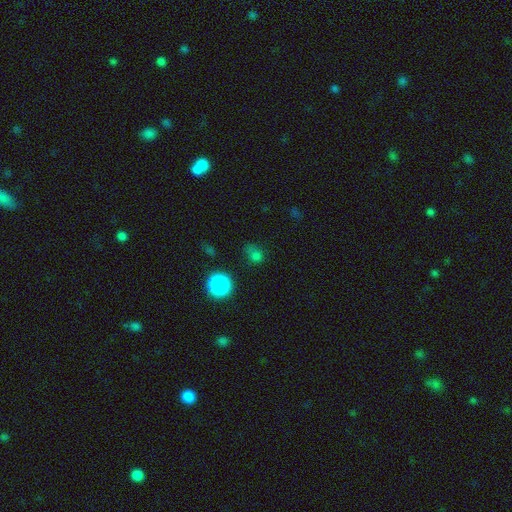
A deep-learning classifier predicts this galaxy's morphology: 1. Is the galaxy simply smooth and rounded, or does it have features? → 66% smooth, 27% star or artifact, 8% featured or disk.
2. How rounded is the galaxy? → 66% round, 32% in between, 2% cigar-shaped.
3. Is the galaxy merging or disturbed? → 57% none, 22% minor disturbance, 13% major disturbance, 8% merger.